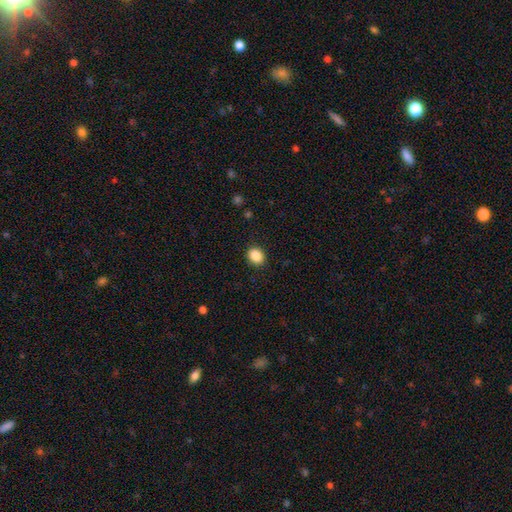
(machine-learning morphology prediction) Overall: smooth (88%). How rounded: round (60%; in between 39%). Merging: none (90%).